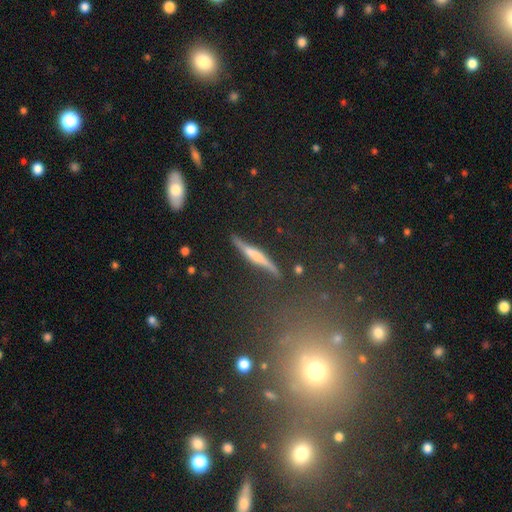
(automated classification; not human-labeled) smooth-or-featured: featured or disk: 58% | smooth: 31% | star or artifact: 11%
  disk-edge-on: yes: 84% | no: 16%
  merging: none: 74% | minor disturbance: 17% | major disturbance: 6% | merger: 3%